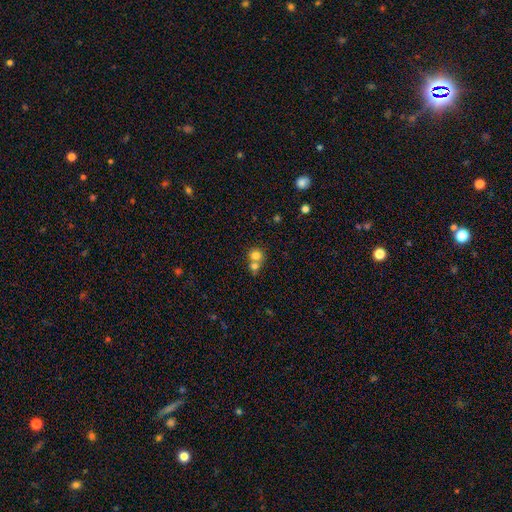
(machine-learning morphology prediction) This is likely a smooth galaxy (78%). How rounded: clearly round (83%). Merging: possibly merger (51%).